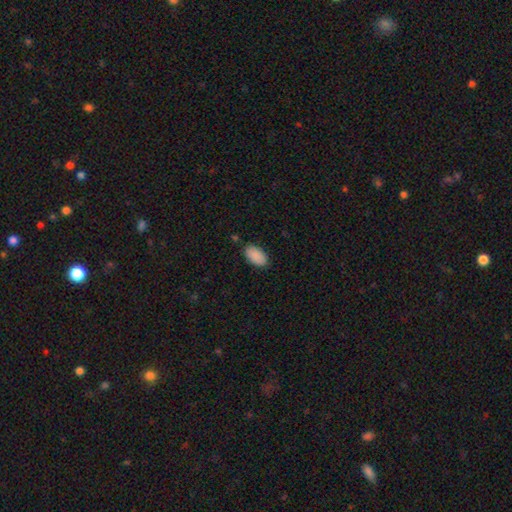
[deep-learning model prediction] A smooth galaxy with no disk features (90%) that is in between round and cigar-shaped (95%).

Vote fractions:
- Smooth or featured? smooth: 90% / star or artifact: 7% / featured or disk: 3%
- How rounded? in between: 95% / round: 3% / cigar-shaped: 2%
- Merging? none: 86% / minor disturbance: 11% / major disturbance: 2% / merger: 1%